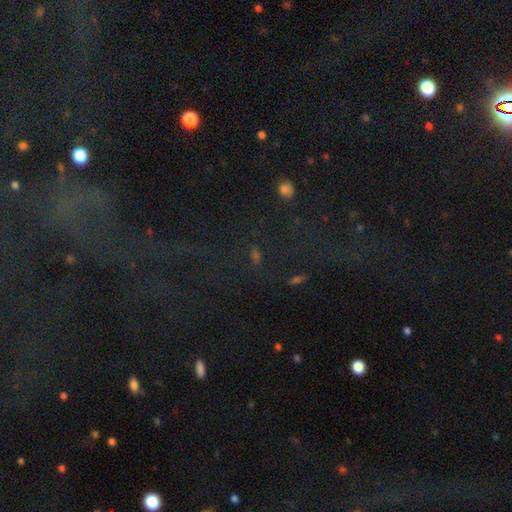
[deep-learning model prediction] The model was most divided on "smooth or featured": star or artifact: 53%, smooth: 29%, featured or disk: 17%.